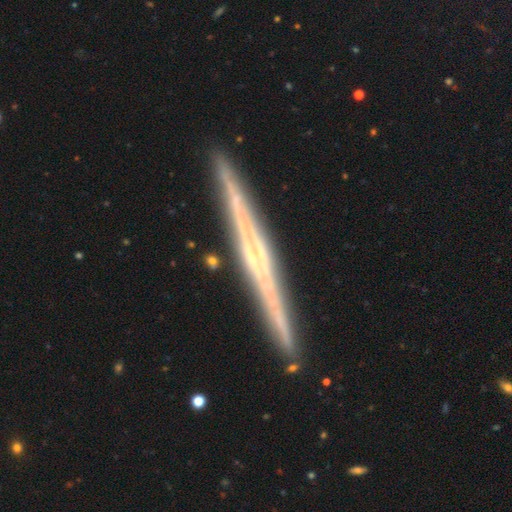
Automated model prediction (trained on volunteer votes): Smooth or featured? Predicted: featured or disk (p=0.81). Edge-on disk? Predicted: yes (p=0.98). Edge-on bulge? Predicted: none (p=0.49). Merging? Predicted: none (p=0.91).